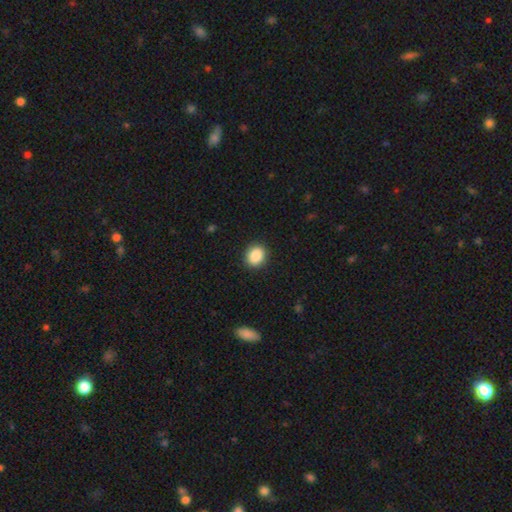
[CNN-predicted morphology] Overall: smooth (87%). How rounded: round (67%; in between 32%). Merging: none (91%).